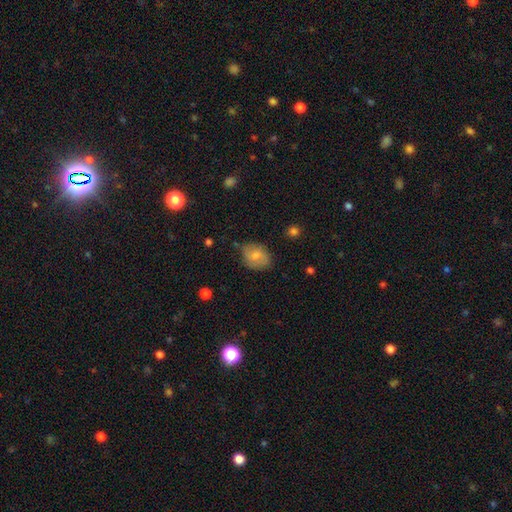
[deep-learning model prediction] Q: Smooth or featured?
A: smooth (74%); runner-up: featured or disk (18%)
Q: How rounded?
A: in between (59%); runner-up: round (40%)
Q: Merging?
A: none (67%); runner-up: minor disturbance (25%)